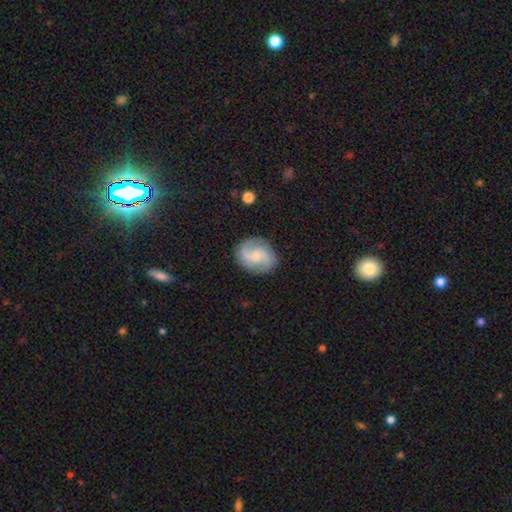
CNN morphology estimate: The model was most divided on "bar": no: 50%, weak: 41%, strong: 9%. Remaining: edge-on disk — no (98%); spiral arms — yes (94%); merging — none (83%); spiral arm count — 2 (83%); smooth or featured — featured or disk (67%); bulge size — small (54%); spiral winding — medium (47%).